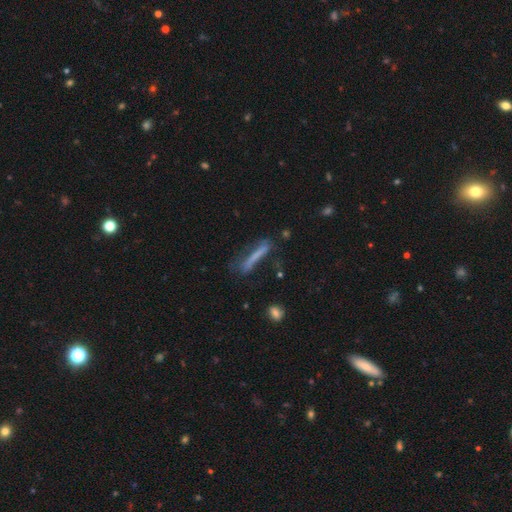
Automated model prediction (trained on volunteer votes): Q: Smooth or featured?
A: smooth (56%); runner-up: featured or disk (34%)
Q: How rounded?
A: cigar-shaped (93%); runner-up: in between (5%)
Q: Merging?
A: none (60%); runner-up: minor disturbance (22%)